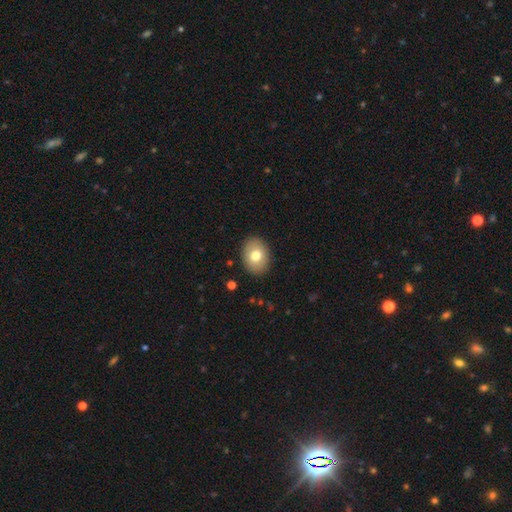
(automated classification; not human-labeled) This is likely a smooth galaxy (75%). How rounded: likely in between (65%). Merging: clearly none (90%).